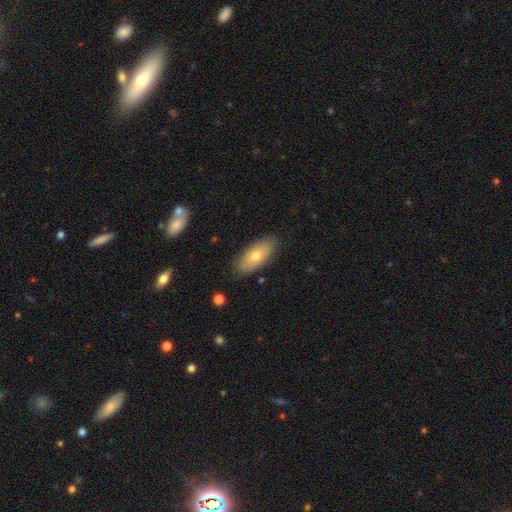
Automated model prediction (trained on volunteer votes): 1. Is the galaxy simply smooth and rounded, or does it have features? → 68% smooth, 25% featured or disk, 7% star or artifact.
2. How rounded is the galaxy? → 82% in between, 15% cigar-shaped, 3% round.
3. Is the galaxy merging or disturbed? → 85% none, 11% minor disturbance, 2% major disturbance, 1% merger.